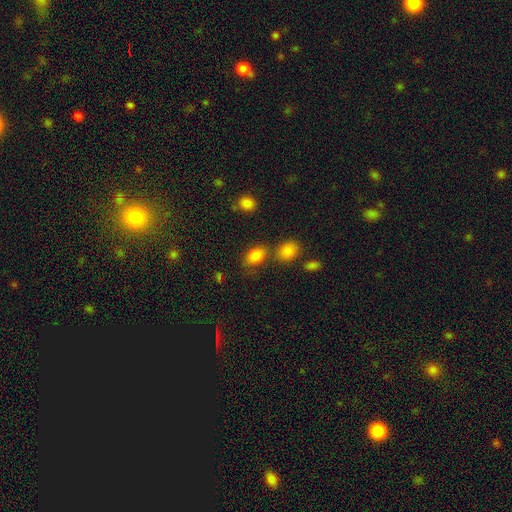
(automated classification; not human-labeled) Morphology: type=smooth (83%); roundness=in between (83%); merging=none (61%).